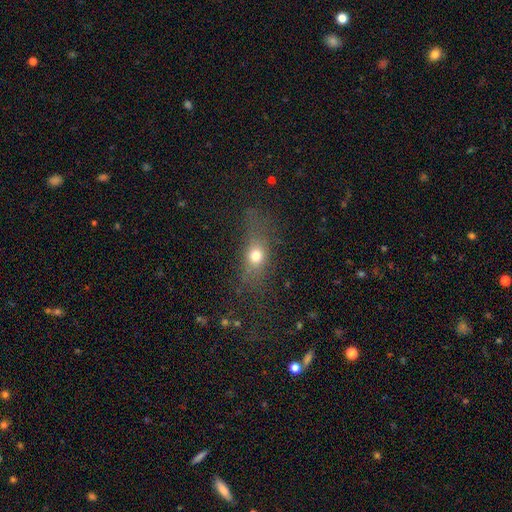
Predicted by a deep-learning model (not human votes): This is likely a smooth galaxy (67%). How rounded: possibly in between (51%). Merging: likely none (63%).